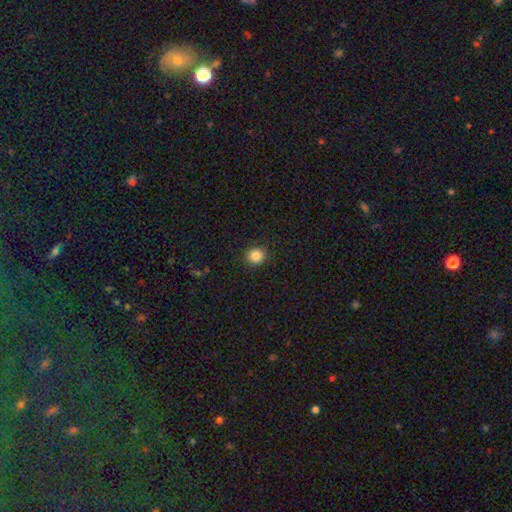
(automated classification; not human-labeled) The model was most divided on "smooth or featured": smooth: 86%, star or artifact: 10%, featured or disk: 4%. More confident: merging — none (91%); how rounded — round (87%).